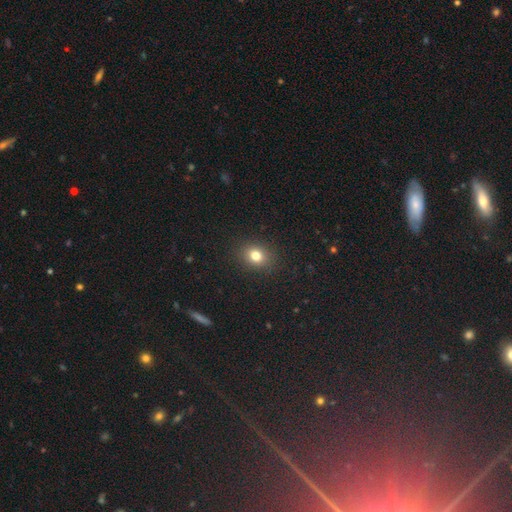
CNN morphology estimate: The model was most divided on "how rounded": round: 60%, in between: 39%, cigar-shaped: 1%. More confident: merging — none (89%); smooth or featured — smooth (79%).